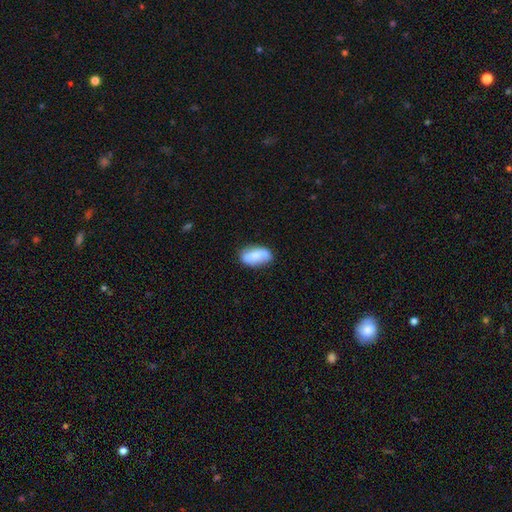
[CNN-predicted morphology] smooth_or_featured: smooth (p=0.65) [alt: featured or disk p=0.28]
how_rounded: in between (p=0.91) [alt: cigar-shaped p=0.05]
merging: none (p=0.77) [alt: minor disturbance p=0.17]